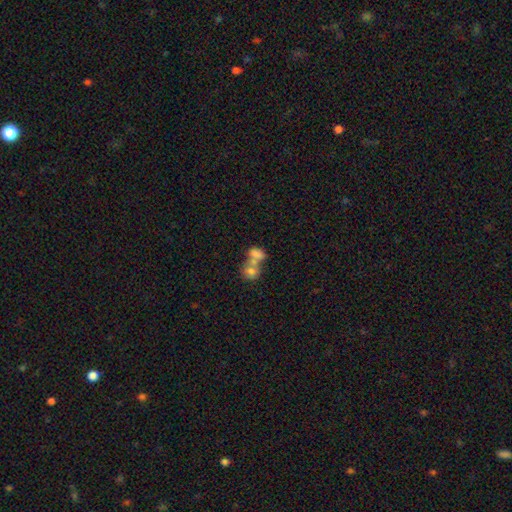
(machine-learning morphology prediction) Smooth or featured? smooth (72%)
How rounded? in between (72%)
Merging? merger (69%)